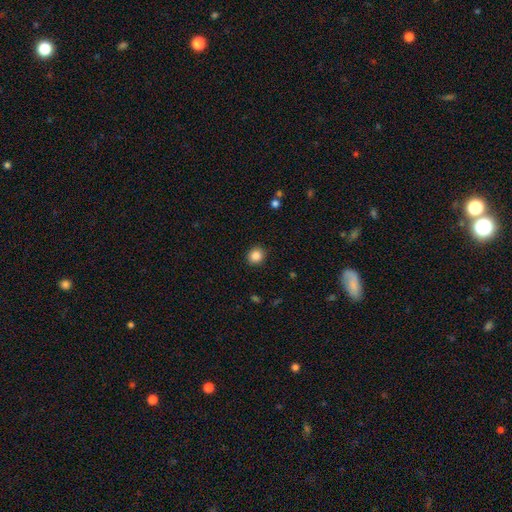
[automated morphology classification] smooth 86%, star or artifact 10%, featured or disk 4%. Down the decision tree: how rounded — round (85%); merging — none (91%).